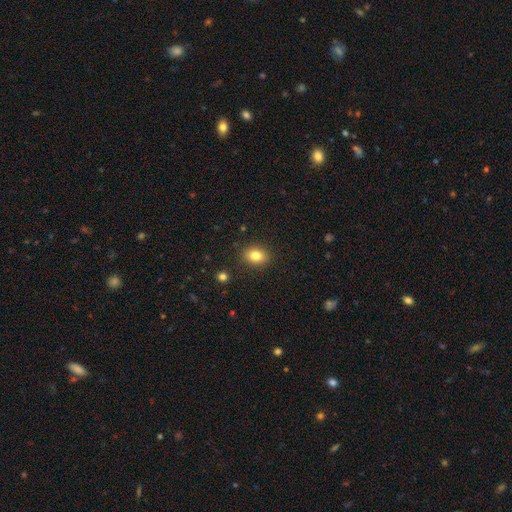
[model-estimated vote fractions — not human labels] A smooth galaxy with no disk features (82%) that is in between round and cigar-shaped (62%). Merging: none (88%).